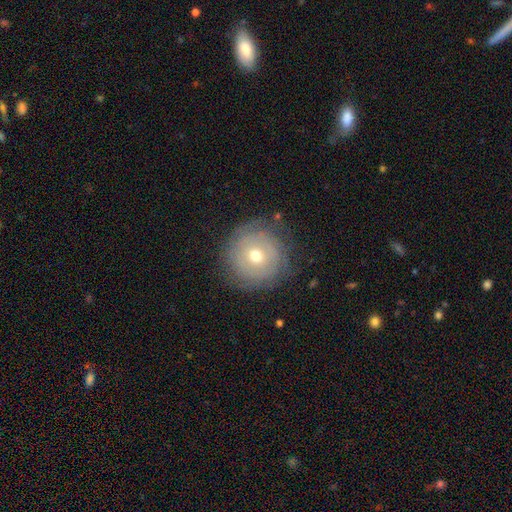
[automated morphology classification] A featured or disk galaxy (48%). Merging: none (80%).